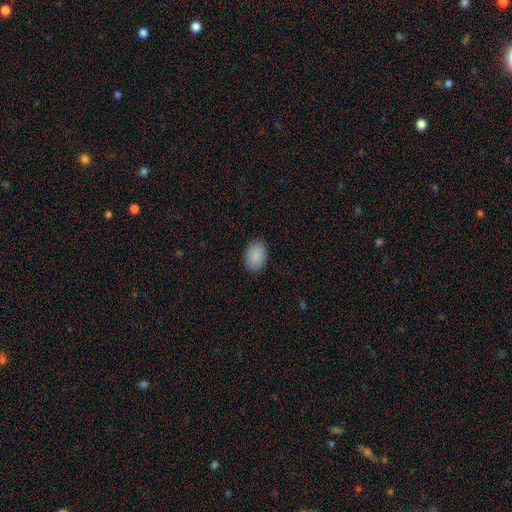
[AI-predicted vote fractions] Overall: smooth (90%). How rounded: in between (82%). Merging: none (88%).